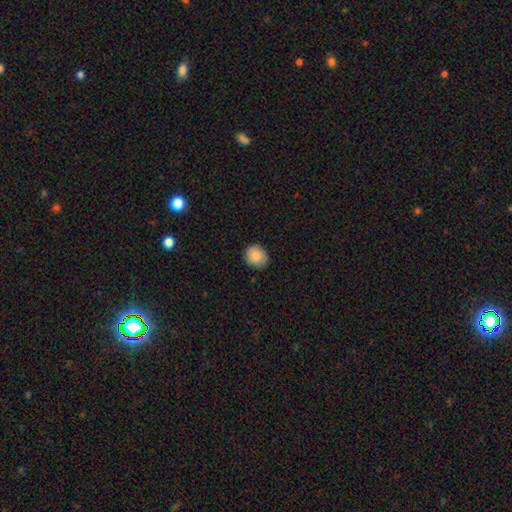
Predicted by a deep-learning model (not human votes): smooth 85%, featured or disk 8%, star or artifact 7%. Down the decision tree: how rounded — round (76%); merging — none (87%).